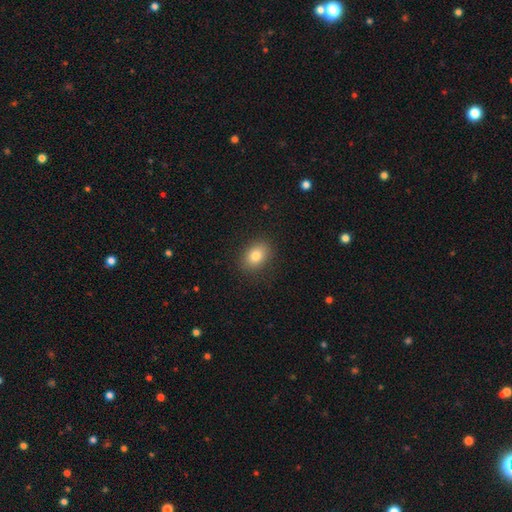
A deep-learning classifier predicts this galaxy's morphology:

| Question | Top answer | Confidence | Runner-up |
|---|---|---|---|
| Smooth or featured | smooth | 81% | star or artifact (10%) |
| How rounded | in between | 74% | round (25%) |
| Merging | none | 88% | minor disturbance (9%) |